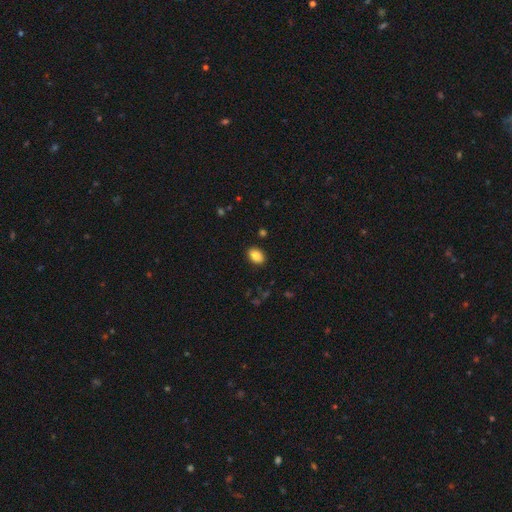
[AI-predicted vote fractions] This is clearly a smooth galaxy (85%). How rounded: likely in between (77%). Merging: clearly none (89%).